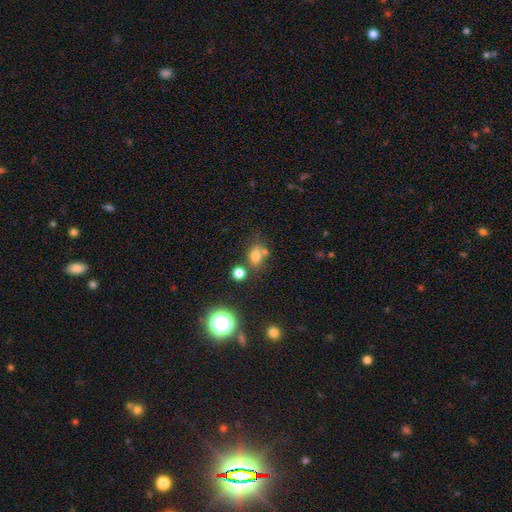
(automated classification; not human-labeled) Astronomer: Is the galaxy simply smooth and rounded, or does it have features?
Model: smooth — 71%.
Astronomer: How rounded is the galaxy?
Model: in between — 59% (runner-up: round, 39%).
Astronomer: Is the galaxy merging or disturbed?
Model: none — 55%.